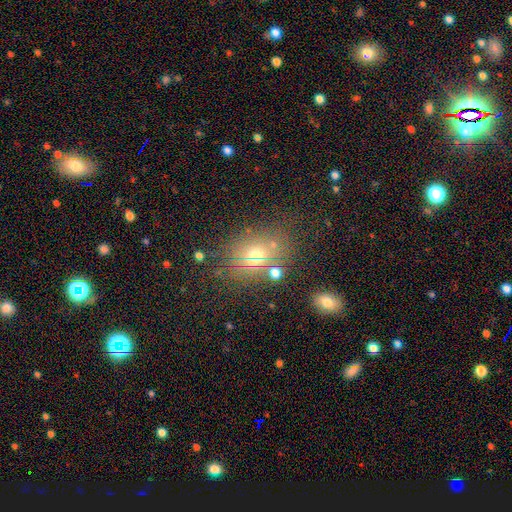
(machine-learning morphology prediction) A smooth galaxy with no disk features (54%) that is in between round and cigar-shaped (50%).

Vote fractions:
- Smooth or featured? smooth: 54% / star or artifact: 29% / featured or disk: 18%
- How rounded? in between: 50% / round: 48% / cigar-shaped: 2%
- Merging? none: 71% / minor disturbance: 13% / merger: 9% / major disturbance: 6%